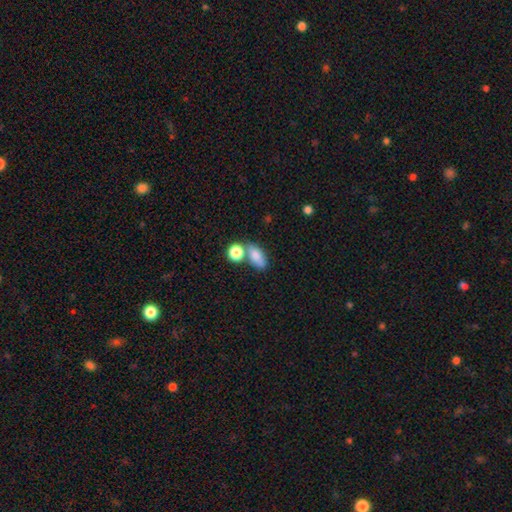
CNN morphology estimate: This is clearly a smooth galaxy (81%). How rounded: likely in between (79%). Merging: possibly none (46%).